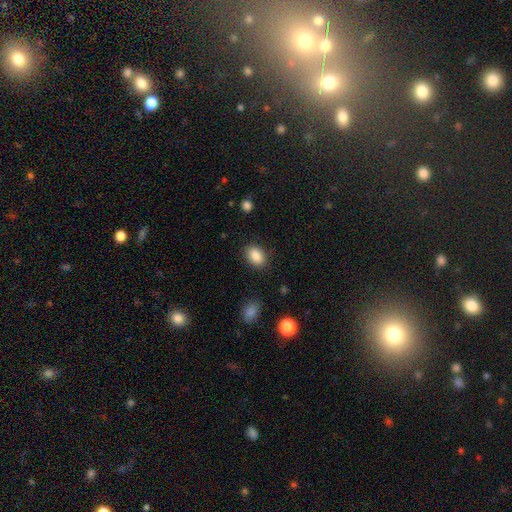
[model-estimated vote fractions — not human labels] smooth-or-featured: smooth: 87% | star or artifact: 8% | featured or disk: 5%
  how-rounded: in between: 82% | round: 17% | cigar-shaped: 1%
  merging: none: 87% | minor disturbance: 9% | major disturbance: 3% | merger: 1%